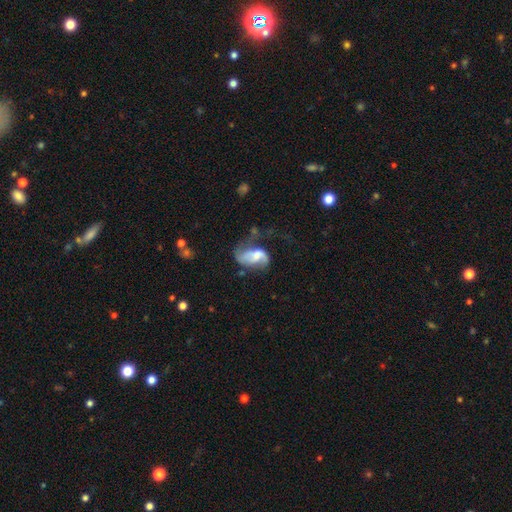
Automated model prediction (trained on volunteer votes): This is possibly a featured or disk galaxy (57%). It is clearly not viewed edge-on (97%). Bar: possibly no (53%). Spiral arm pattern: likely yes (75%). Central bulge: marginally moderate (38%). Merging: marginally major disturbance (41%).